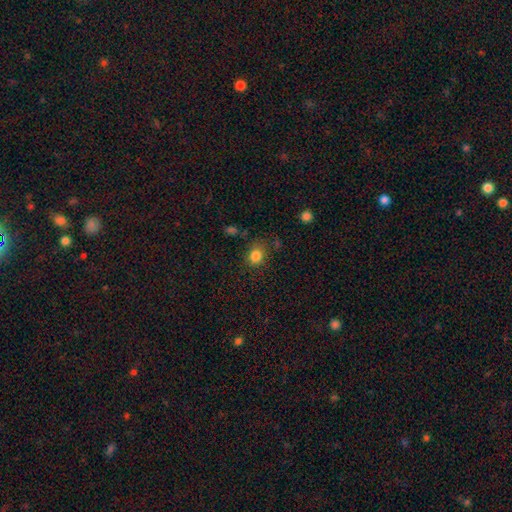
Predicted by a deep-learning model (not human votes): Smooth or featured: smooth — 82% (star or artifact — 12%)
How rounded: round — 62% (in between — 37%)
Merging: none — 72% (minor disturbance — 18%)